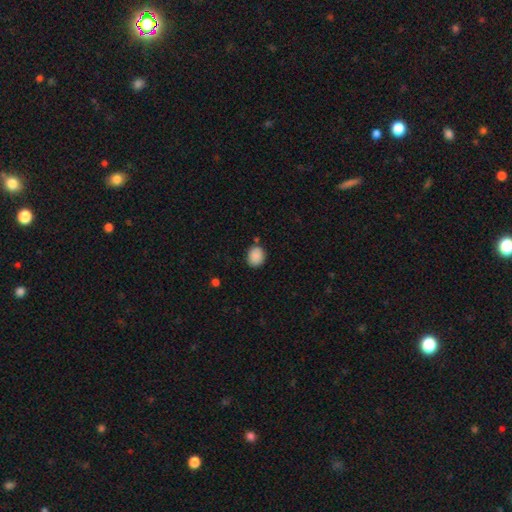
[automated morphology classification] A smooth galaxy with no disk features (89%) that is round (57%).

Vote fractions:
- Smooth or featured? smooth: 89% / star or artifact: 8% / featured or disk: 3%
- How rounded? round: 57% / in between: 42% / cigar-shaped: 1%
- Merging? none: 79% / minor disturbance: 14% / merger: 4% / major disturbance: 3%